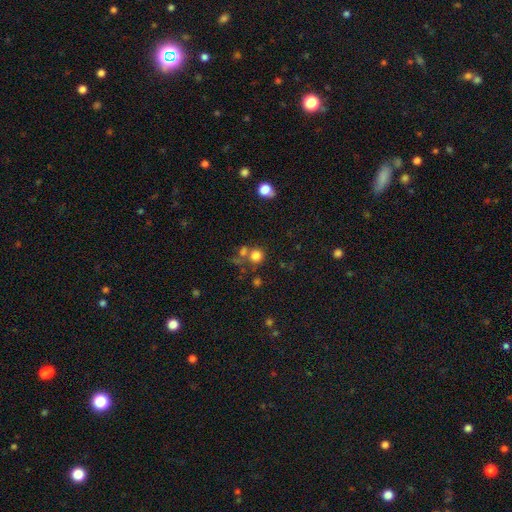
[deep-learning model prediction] Smooth or featured: smooth — 78% (star or artifact — 15%)
How rounded: round — 89% (in between — 10%)
Merging: none — 60% (merger — 24%)